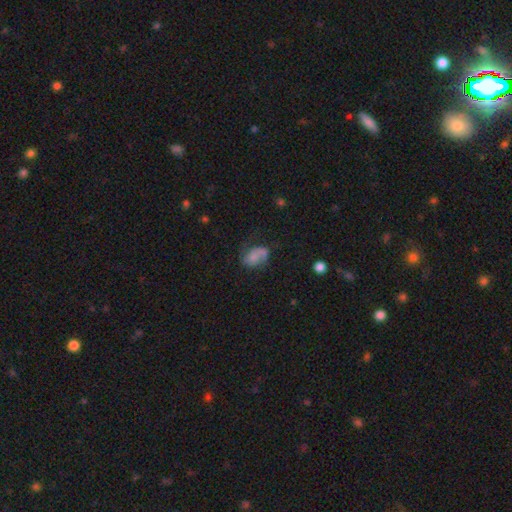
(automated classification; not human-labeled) smooth-or-featured: smooth: 56% | featured or disk: 33% | star or artifact: 11%
  how-rounded: in between: 79% | round: 19% | cigar-shaped: 2%
  merging: none: 37% | minor disturbance: 27% | major disturbance: 24% | merger: 12%